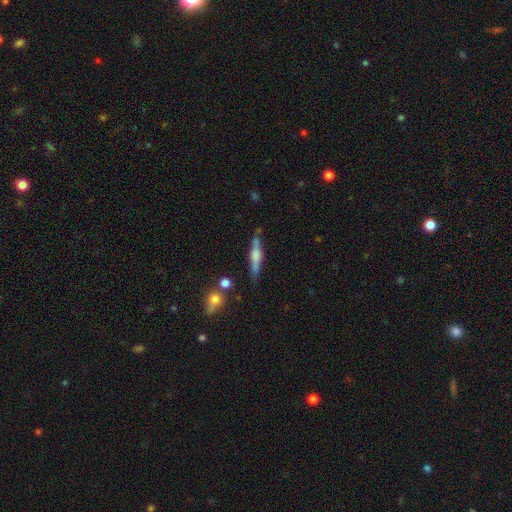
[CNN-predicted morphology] Smooth or featured: featured or disk — 52% (smooth — 41%)
Edge-on disk: yes — 93% (no — 7%)
Merging: none — 76% (minor disturbance — 15%)